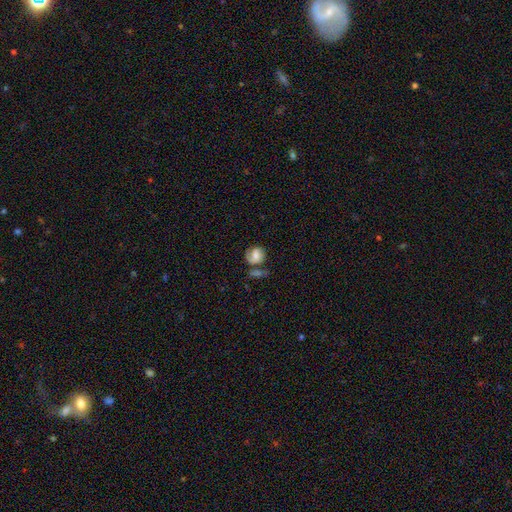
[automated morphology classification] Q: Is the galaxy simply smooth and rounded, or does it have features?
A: smooth — 57%.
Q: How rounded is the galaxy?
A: round — 66%.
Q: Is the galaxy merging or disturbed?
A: none — 46%.